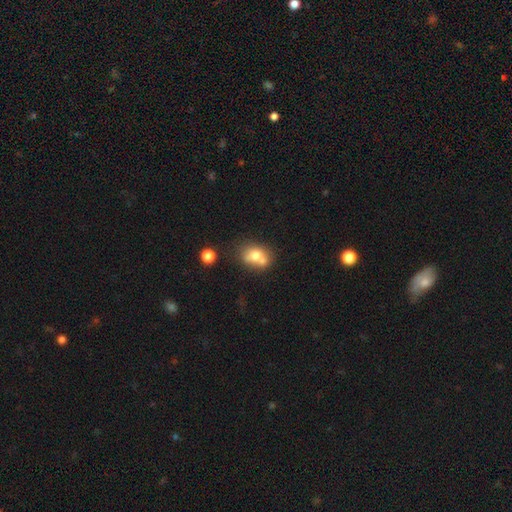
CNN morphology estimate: Smooth or featured? smooth (68%)
How rounded? in between (51%)
Merging? merger (44%)